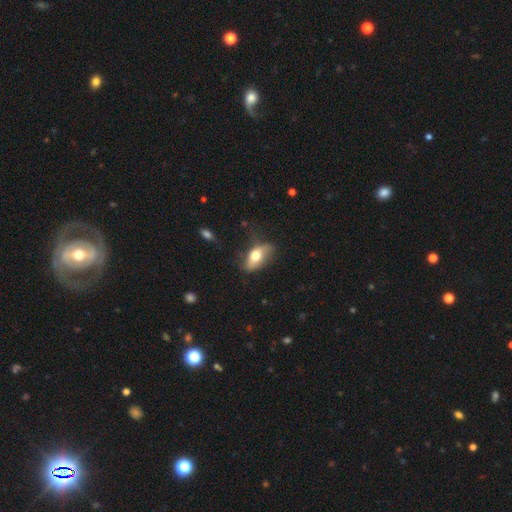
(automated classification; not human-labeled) Smooth or featured: smooth — 61% (featured or disk — 31%)
How rounded: in between — 84% (cigar-shaped — 10%)
Merging: none — 60% (minor disturbance — 27%)